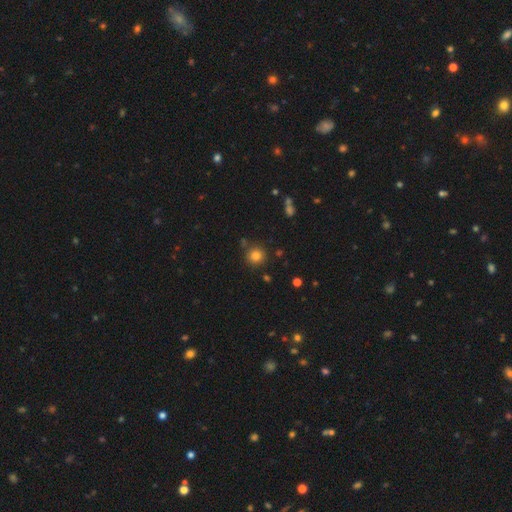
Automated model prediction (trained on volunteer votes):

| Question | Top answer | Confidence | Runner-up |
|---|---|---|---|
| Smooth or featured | smooth | 80% | star or artifact (14%) |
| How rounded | round | 94% | in between (5%) |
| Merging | none | 85% | minor disturbance (8%) |